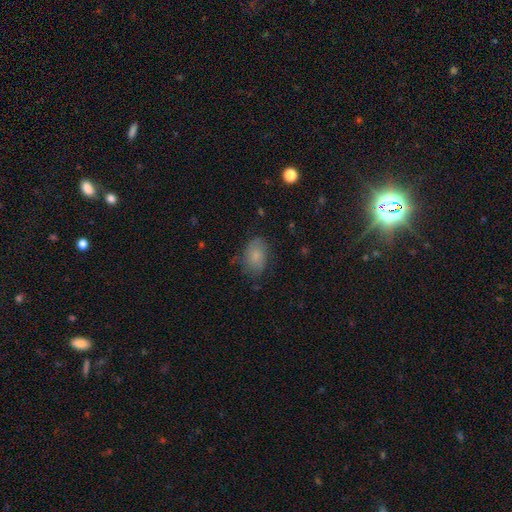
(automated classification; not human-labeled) smooth 78%, featured or disk 13%, star or artifact 9%. Down the decision tree: how rounded — in between (79%); merging — none (70%).